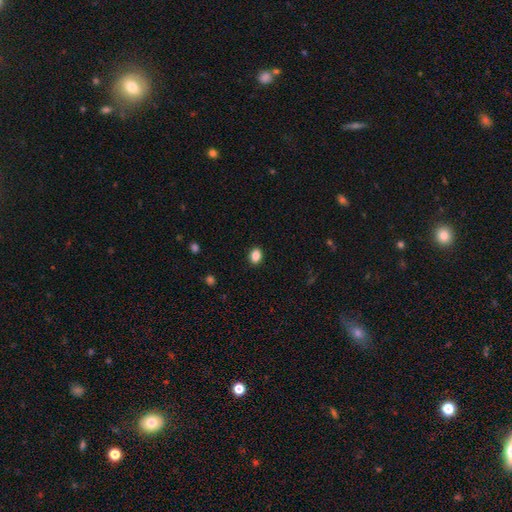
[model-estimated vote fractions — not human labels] This is clearly a smooth galaxy (87%). How rounded: likely in between (70%). Merging: clearly none (90%).